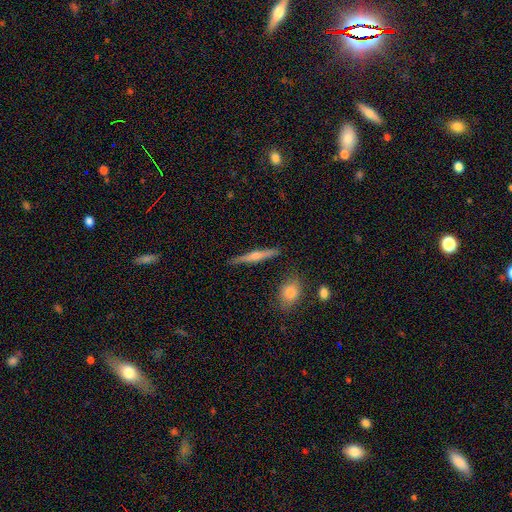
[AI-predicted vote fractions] This is possibly a featured or disk galaxy (59%). It is clearly viewed edge-on (97%). Edge-on bulge: likely rounded (78%). Merging: clearly none (87%).